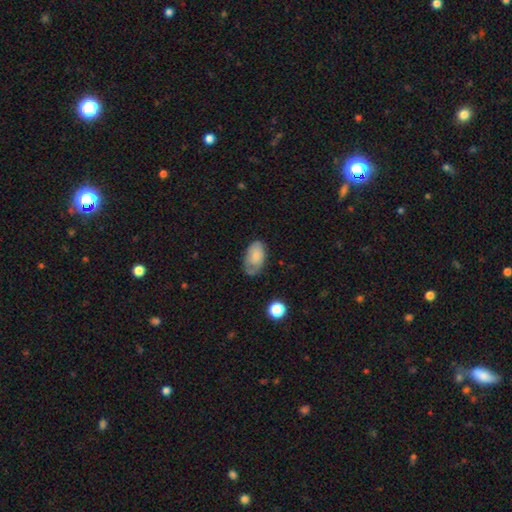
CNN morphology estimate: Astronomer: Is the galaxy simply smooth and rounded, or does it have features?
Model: smooth — 70%.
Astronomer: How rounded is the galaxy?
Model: in between — 93%.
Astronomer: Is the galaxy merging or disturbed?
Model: none — 56%.